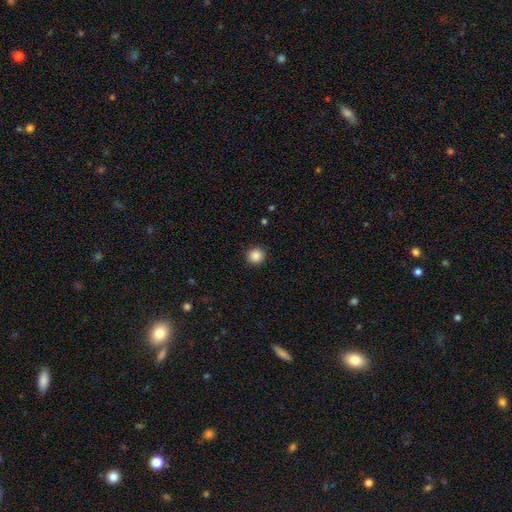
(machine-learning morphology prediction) smooth_or_featured: smooth (p=0.87) [alt: star or artifact p=0.10]
how_rounded: round (p=0.93) [alt: in between p=0.06]
merging: none (p=0.92) [alt: minor disturbance p=0.05]